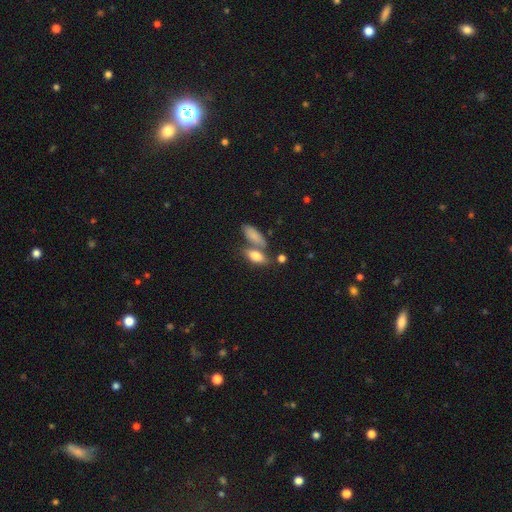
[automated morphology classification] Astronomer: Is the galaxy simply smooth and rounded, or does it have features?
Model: smooth — 77%.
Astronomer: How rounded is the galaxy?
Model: in between — 76%.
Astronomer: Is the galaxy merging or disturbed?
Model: none — 50% (runner-up: merger, 32%).